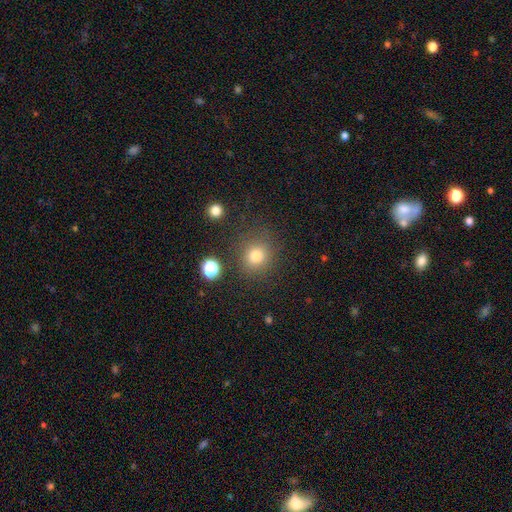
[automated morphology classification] Q: Smooth or featured?
A: smooth (79%); runner-up: star or artifact (15%)
Q: How rounded?
A: round (85%); runner-up: in between (14%)
Q: Merging?
A: none (84%); runner-up: minor disturbance (9%)